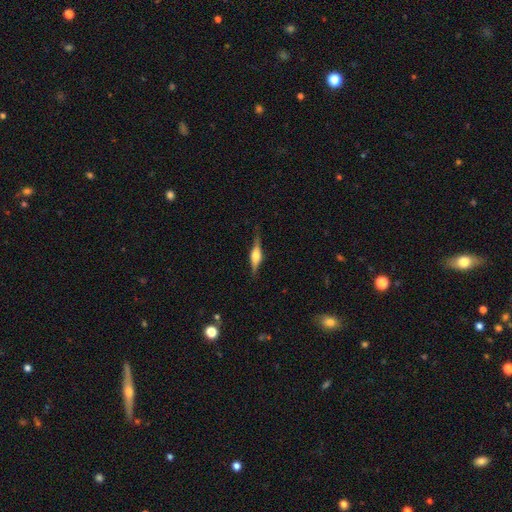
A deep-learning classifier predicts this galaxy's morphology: This is likely a featured or disk galaxy (69%). It is clearly viewed edge-on (96%). Edge-on bulge: clearly rounded (87%). Merging: clearly none (83%).